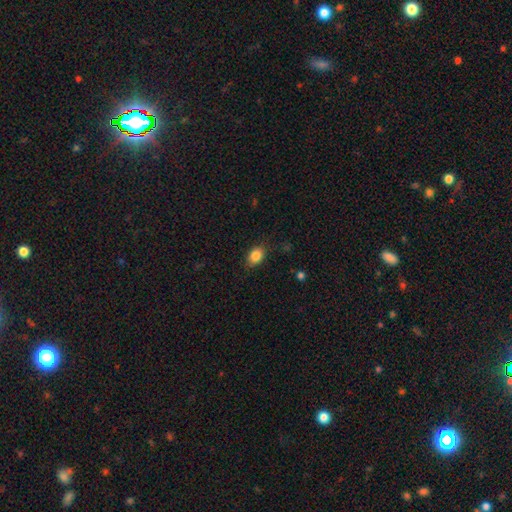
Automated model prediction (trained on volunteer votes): smooth_or_featured: smooth (p=0.85) [alt: star or artifact p=0.09]
how_rounded: in between (p=0.76) [alt: round p=0.22]
merging: none (p=0.82) [alt: minor disturbance p=0.13]